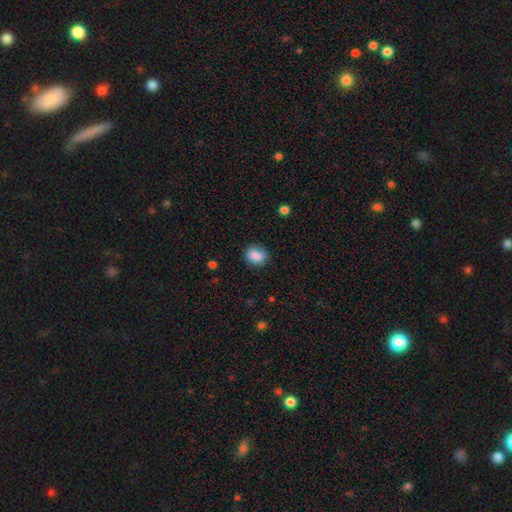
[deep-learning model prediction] The model was most divided on "how rounded": in between: 50%, round: 49%, cigar-shaped: 1%. More confident: smooth or featured — smooth (87%); merging — none (80%).